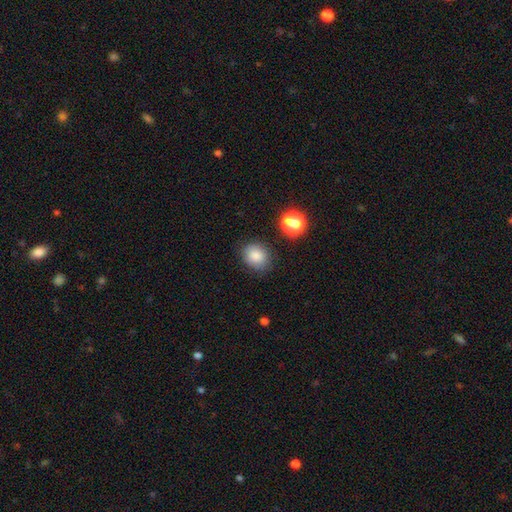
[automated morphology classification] Smooth or featured? Predicted: smooth (p=0.84). How rounded? Predicted: round (p=0.68). Merging? Predicted: none (p=0.81).